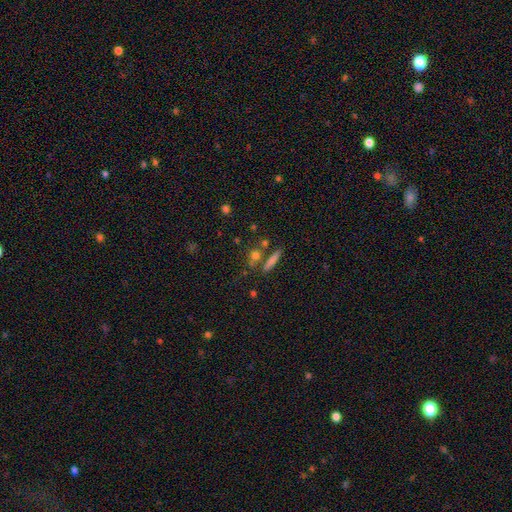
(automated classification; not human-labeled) Q: Smooth or featured?
A: smooth (65%); runner-up: featured or disk (19%)
Q: How rounded?
A: round (42%); runner-up: cigar-shaped (35%)
Q: Merging?
A: none (68%); runner-up: merger (17%)